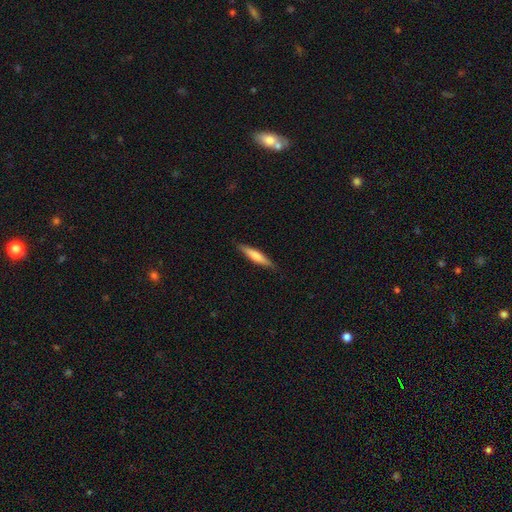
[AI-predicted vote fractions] smooth_or_featured: smooth (p=0.68) [alt: featured or disk p=0.27]
how_rounded: cigar-shaped (p=0.89) [alt: in between p=0.10]
merging: none (p=0.88) [alt: minor disturbance p=0.09]